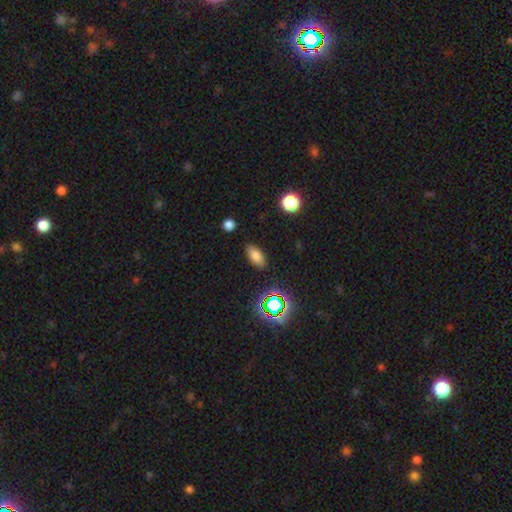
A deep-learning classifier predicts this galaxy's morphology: Smooth or featured? smooth (76%)
How rounded? in between (88%)
Merging? none (86%)